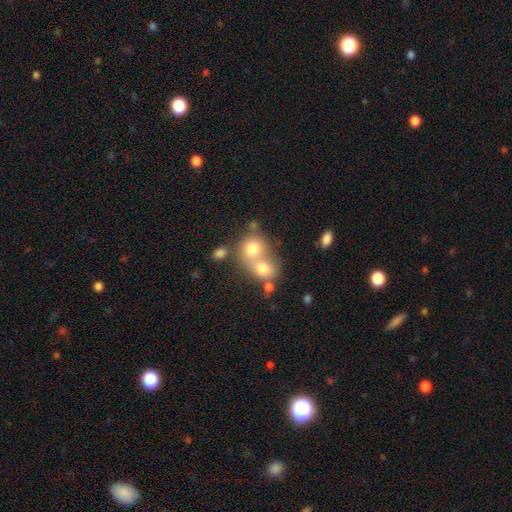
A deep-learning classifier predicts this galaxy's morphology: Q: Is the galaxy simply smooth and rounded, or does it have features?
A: smooth — 63%.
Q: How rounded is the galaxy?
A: round — 75%.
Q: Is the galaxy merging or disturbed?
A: merger — 67%.